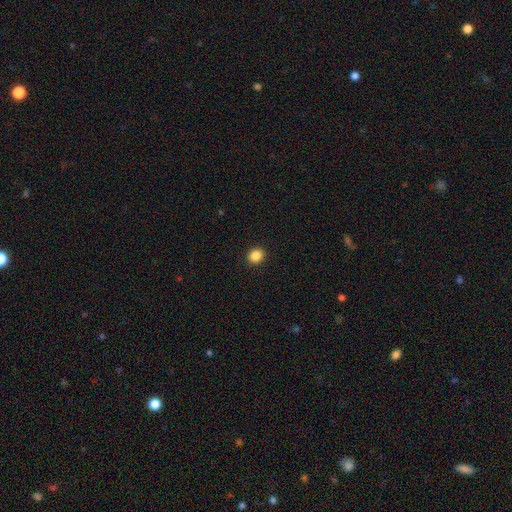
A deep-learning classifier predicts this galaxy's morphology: smooth 87%, star or artifact 10%, featured or disk 3%. Down the decision tree: how rounded — round (76%); merging — none (92%).